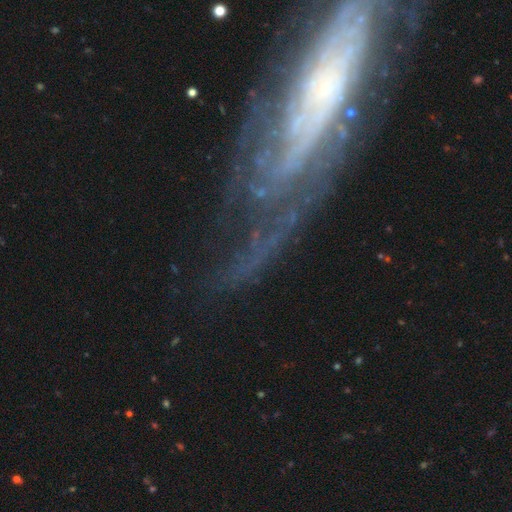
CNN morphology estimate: smooth_or_featured: featured or disk (p=0.70) [alt: star or artifact p=0.16]
disk_edge_on: no (p=0.75) [alt: yes p=0.25]
bar: no (p=0.63) [alt: weak p=0.21]
has_spiral_arms: yes (p=0.73) [alt: no p=0.27]
bulge_size: small (p=0.44) [alt: none p=0.24]
merging: none (p=0.61) [alt: major disturbance p=0.18]